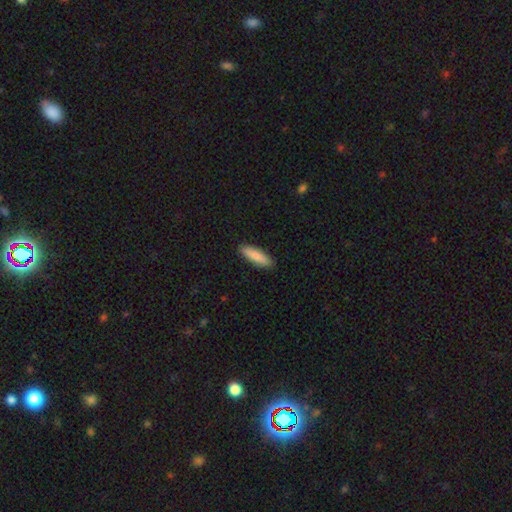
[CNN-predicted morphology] Q: Smooth or featured?
A: smooth (85%); runner-up: featured or disk (10%)
Q: How rounded?
A: cigar-shaped (66%); runner-up: in between (32%)
Q: Merging?
A: none (90%); runner-up: minor disturbance (7%)